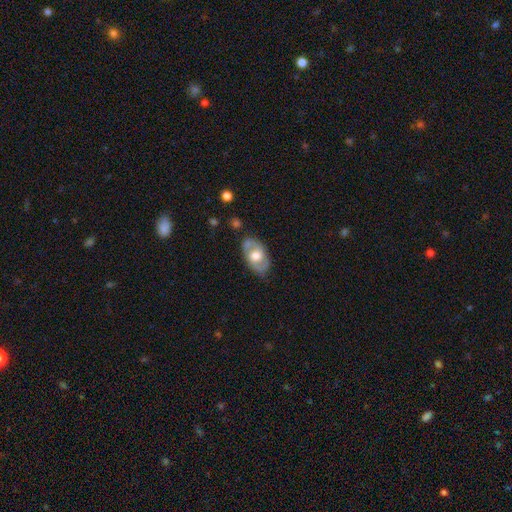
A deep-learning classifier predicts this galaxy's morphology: Q: Smooth or featured?
A: featured or disk (65%); runner-up: smooth (30%)
Q: Edge-on disk?
A: no (92%); runner-up: yes (8%)
Q: Bar?
A: no (66%); runner-up: weak (27%)
Q: Spiral arms?
A: yes (64%); runner-up: no (36%)
Q: Bulge size?
A: moderate (61%); runner-up: large (29%)
Q: Merging?
A: none (78%); runner-up: minor disturbance (15%)